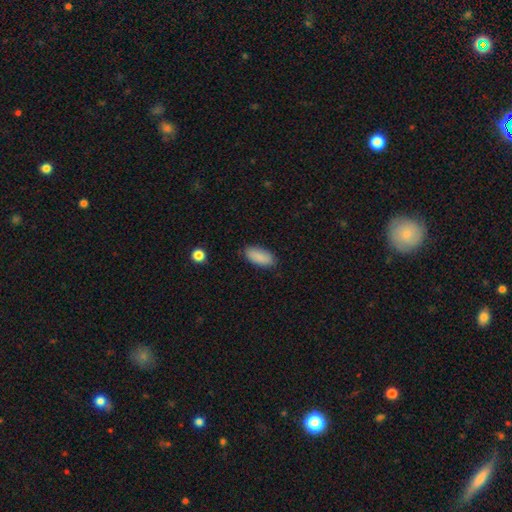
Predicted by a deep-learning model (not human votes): smooth-or-featured: smooth: 88% | star or artifact: 7% | featured or disk: 5%
  how-rounded: in between: 87% | cigar-shaped: 11% | round: 2%
  merging: none: 84% | minor disturbance: 12% | major disturbance: 2% | merger: 1%